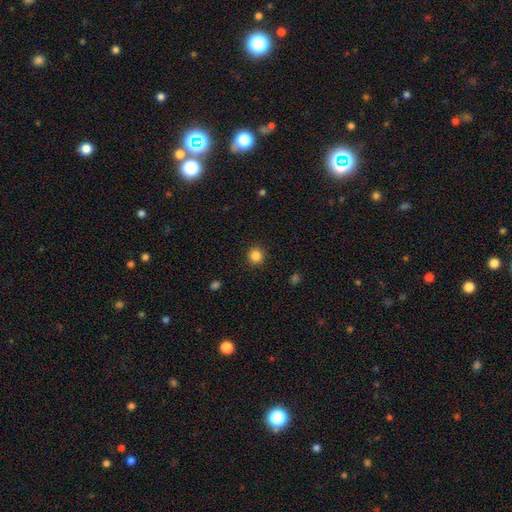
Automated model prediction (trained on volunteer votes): A smooth galaxy with no disk features (85%) that is round (92%).

Vote fractions:
- Smooth or featured? smooth: 85% / star or artifact: 11% / featured or disk: 3%
- How rounded? round: 92% / in between: 7% / cigar-shaped: 1%
- Merging? none: 91% / minor disturbance: 6% / major disturbance: 2% / merger: 1%